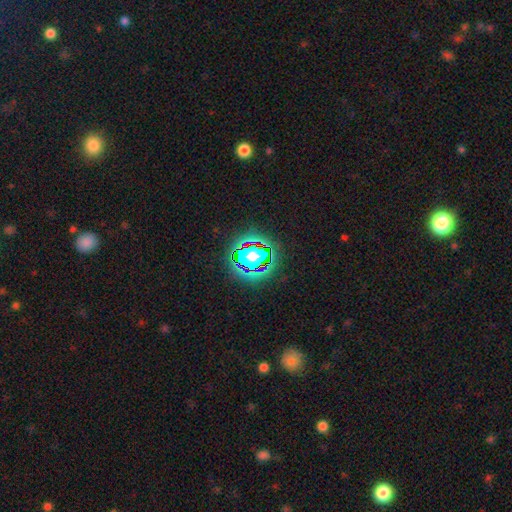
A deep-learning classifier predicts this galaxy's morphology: Overall: star or artifact (72%).